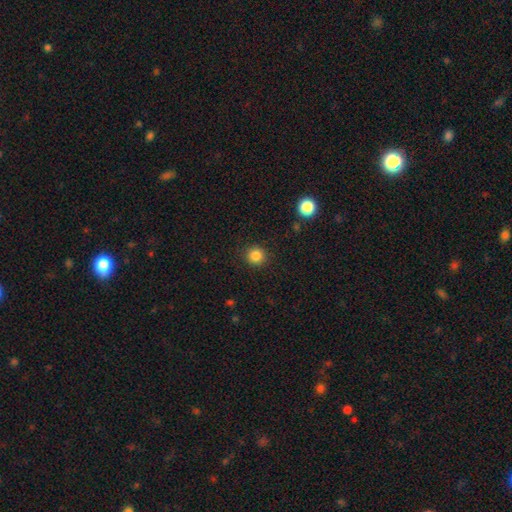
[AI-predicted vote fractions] A smooth galaxy with no disk features (84%) that is round (94%).

Vote fractions:
- Smooth or featured? smooth: 84% / star or artifact: 12% / featured or disk: 4%
- How rounded? round: 94% / in between: 5% / cigar-shaped: 1%
- Merging? none: 91% / minor disturbance: 6% / major disturbance: 2% / merger: 1%